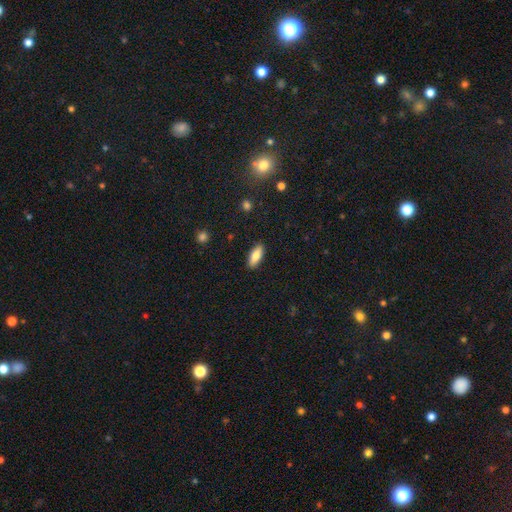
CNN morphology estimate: Q: Smooth or featured?
A: smooth (81%); runner-up: featured or disk (13%)
Q: How rounded?
A: in between (76%); runner-up: cigar-shaped (22%)
Q: Merging?
A: none (89%); runner-up: minor disturbance (8%)